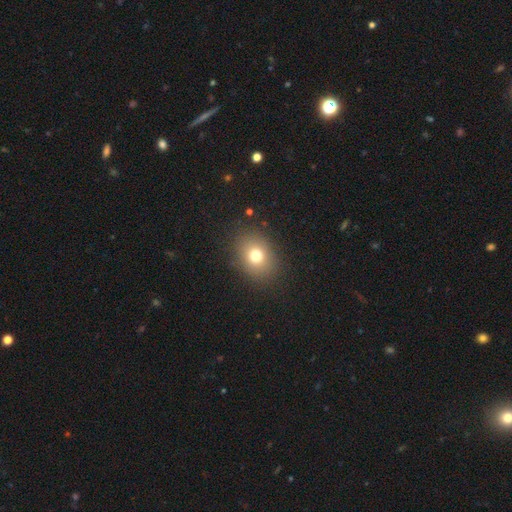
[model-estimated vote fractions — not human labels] Morphology: type=smooth (74%); roundness=round (52%); merging=none (87%).